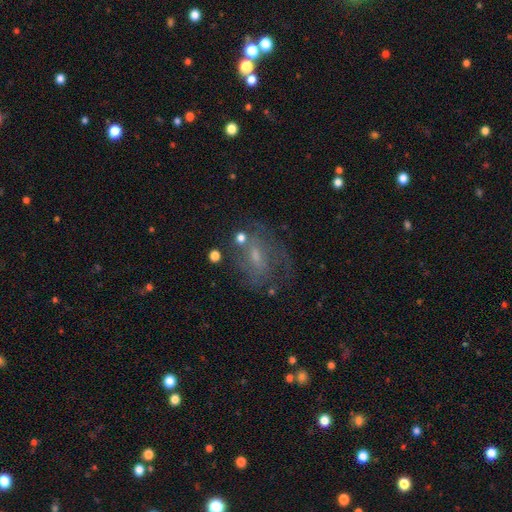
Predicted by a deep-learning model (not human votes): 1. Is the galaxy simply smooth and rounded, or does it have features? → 57% featured or disk, 26% smooth, 17% star or artifact.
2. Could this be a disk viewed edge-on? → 94% no, 6% yes.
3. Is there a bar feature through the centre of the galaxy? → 47% no, 42% weak, 10% strong.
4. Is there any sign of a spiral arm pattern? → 64% yes, 36% no.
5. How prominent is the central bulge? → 55% small, 30% moderate, 11% none, 3% large, 1% dominant.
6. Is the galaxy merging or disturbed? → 55% none, 20% minor disturbance, 19% major disturbance, 6% merger.